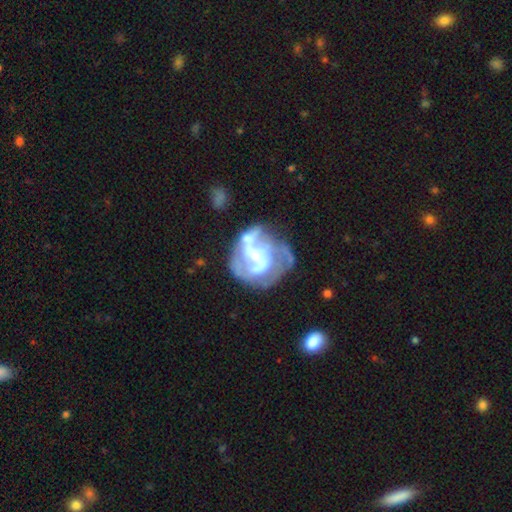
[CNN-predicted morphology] Q: Smooth or featured?
A: featured or disk (81%); runner-up: smooth (12%)
Q: Edge-on disk?
A: no (98%); runner-up: yes (2%)
Q: Bar?
A: no (55%); runner-up: weak (33%)
Q: Spiral arms?
A: yes (81%); runner-up: no (19%)
Q: Spiral winding?
A: medium (44%); runner-up: tight (33%)
Q: Spiral arm count?
A: 3 (29%); runner-up: can't tell (27%)
Q: Bulge size?
A: small (63%); runner-up: moderate (26%)
Q: Merging?
A: none (44%); runner-up: major disturbance (24%)